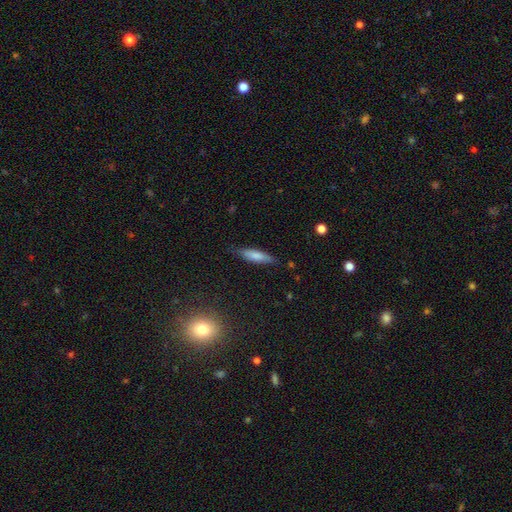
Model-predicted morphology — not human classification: Smooth or featured? Predicted: smooth (p=0.75). How rounded? Predicted: cigar-shaped (p=0.65). Merging? Predicted: none (p=0.77).